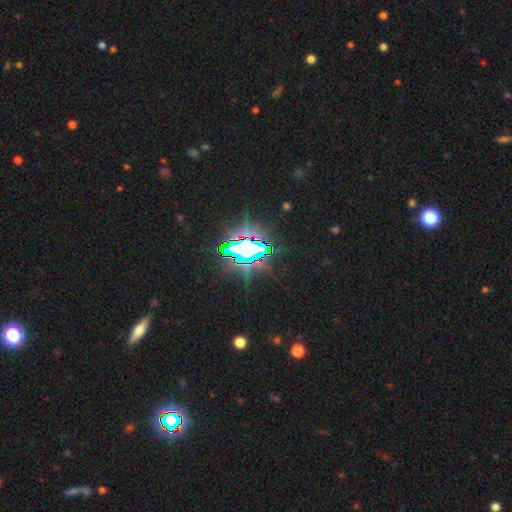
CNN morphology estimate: The model was most divided on "smooth or featured": star or artifact: 79%, smooth: 10%, featured or disk: 10%.